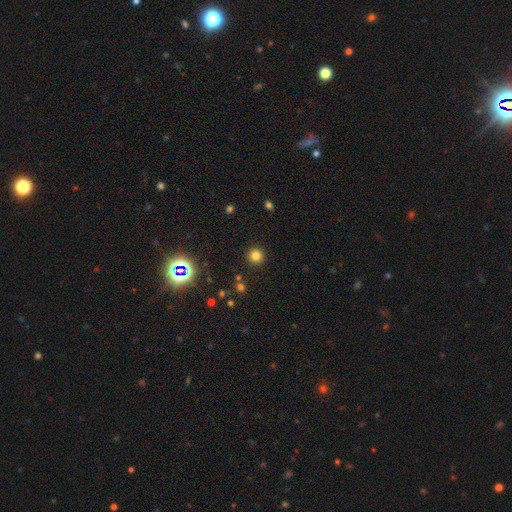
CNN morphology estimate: A smooth galaxy with no disk features (79%) that is round (95%). Merging: none (91%).